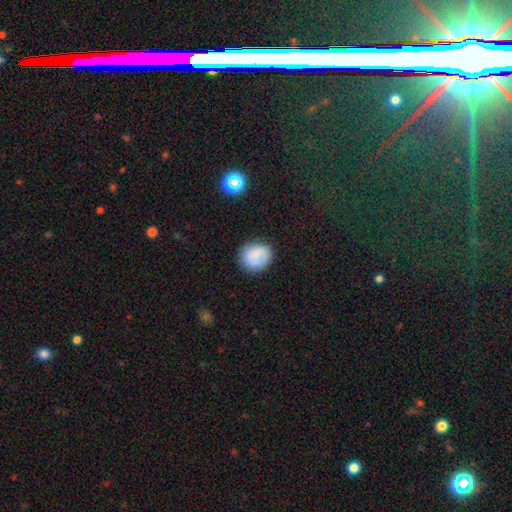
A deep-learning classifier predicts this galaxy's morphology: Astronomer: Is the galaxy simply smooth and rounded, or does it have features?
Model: smooth — 79%.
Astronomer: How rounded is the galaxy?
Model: round — 72%.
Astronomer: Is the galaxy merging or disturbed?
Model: none — 77%.